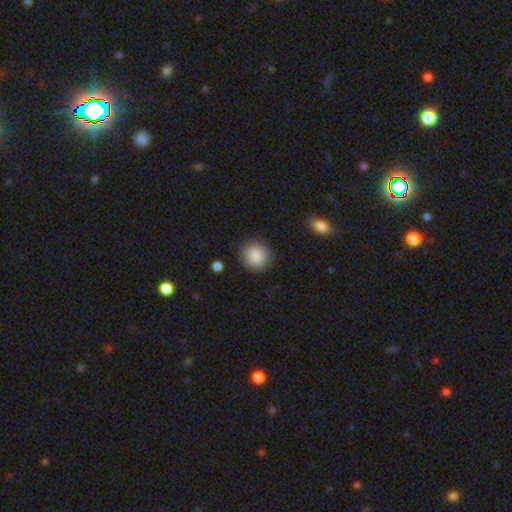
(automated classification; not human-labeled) smooth-or-featured: smooth: 87% | star or artifact: 8% | featured or disk: 5%
  how-rounded: round: 88% | in between: 11% | cigar-shaped: 1%
  merging: none: 87% | minor disturbance: 9% | major disturbance: 3% | merger: 1%